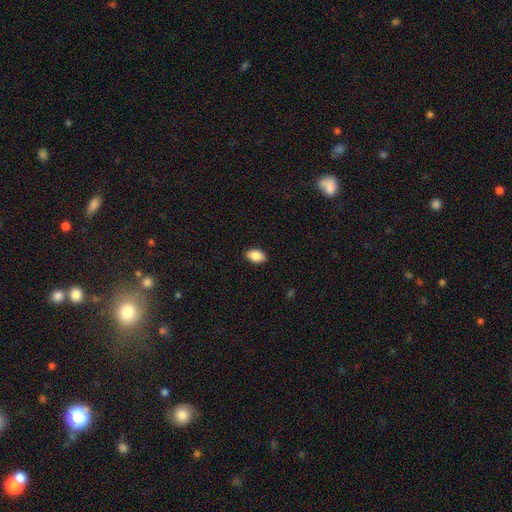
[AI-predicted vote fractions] A smooth galaxy with no disk features (88%) that is in between round and cigar-shaped (91%). Merging: none (89%).